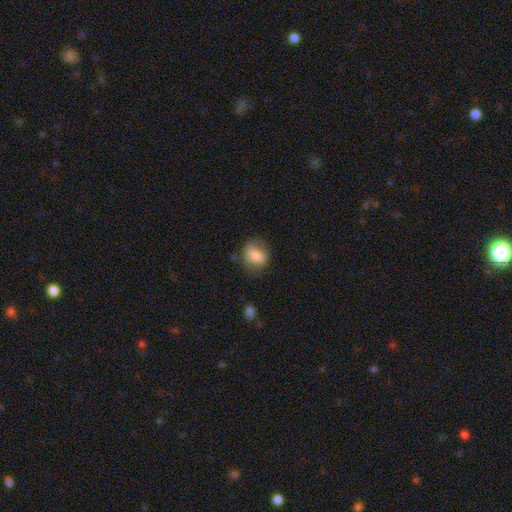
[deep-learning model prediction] Morphology: type=smooth (75%); roundness=round (56%); merging=none (69%).